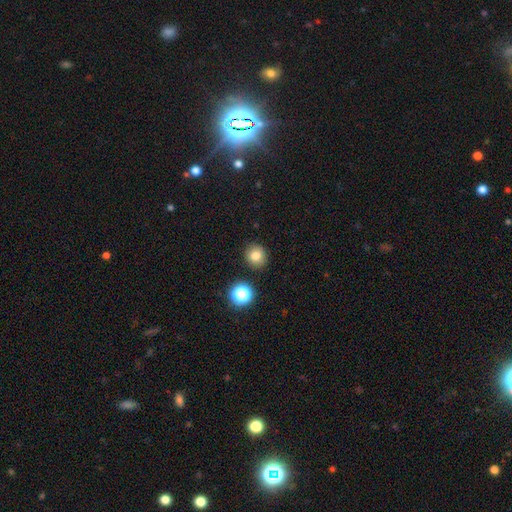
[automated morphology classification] A smooth galaxy with no disk features (80%) that is round (88%). Merging: none (88%).